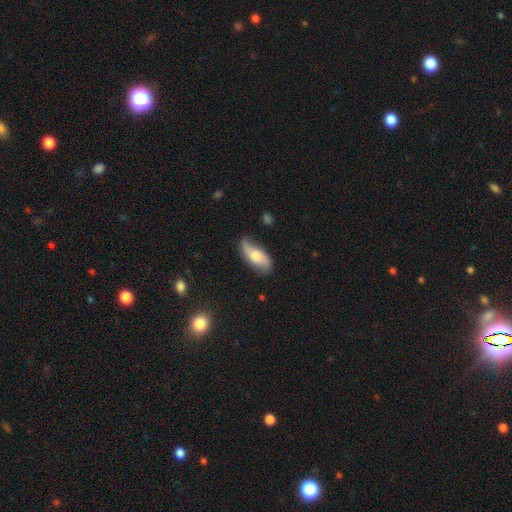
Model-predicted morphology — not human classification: Q: Smooth or featured?
A: featured or disk (48%); runner-up: smooth (45%)
Q: Merging?
A: none (63%); runner-up: minor disturbance (27%)